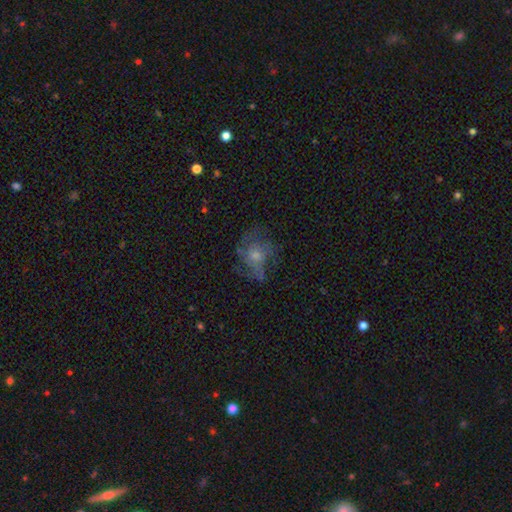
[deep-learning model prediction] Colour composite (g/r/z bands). It shows a featured or disk galaxy (48%). Merging: none (48%).